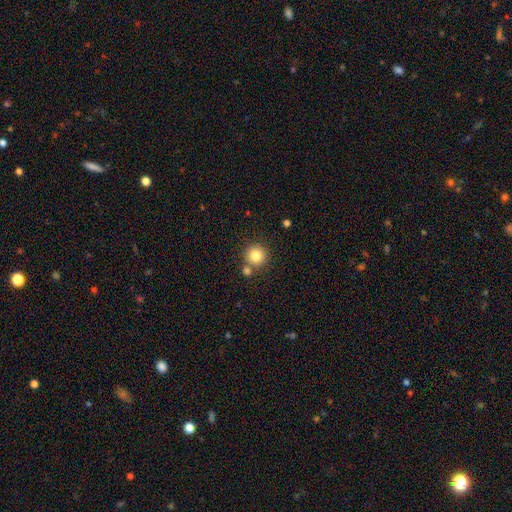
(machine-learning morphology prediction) smooth_or_featured: smooth (p=0.83) [alt: star or artifact p=0.10]
how_rounded: round (p=0.94) [alt: in between p=0.05]
merging: none (p=0.75) [alt: merger p=0.15]